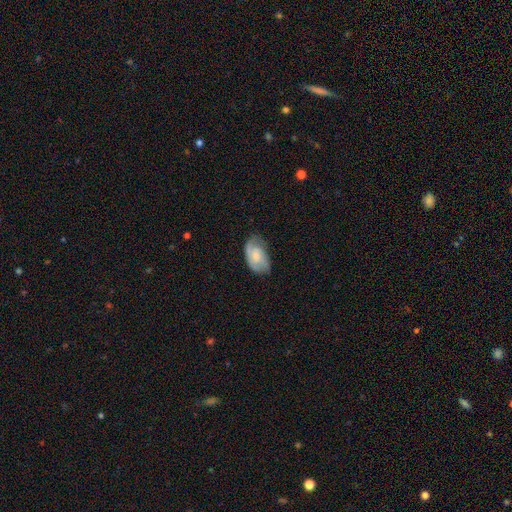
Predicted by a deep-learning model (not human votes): Smooth or featured? smooth (51%)
How rounded? in between (91%)
Merging? none (56%)